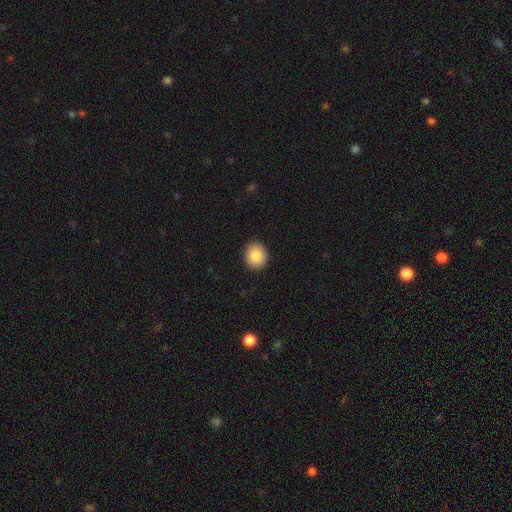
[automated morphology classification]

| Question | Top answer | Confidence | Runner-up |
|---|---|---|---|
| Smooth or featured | smooth | 88% | star or artifact (7%) |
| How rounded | round | 72% | in between (27%) |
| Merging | none | 91% | minor disturbance (7%) |